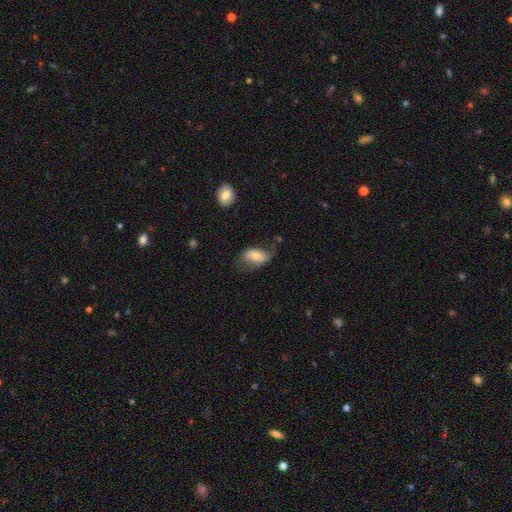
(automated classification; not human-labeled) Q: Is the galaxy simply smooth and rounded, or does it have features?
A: smooth — 60%.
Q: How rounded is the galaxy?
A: in between — 90%.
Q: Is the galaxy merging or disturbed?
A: none — 45%.